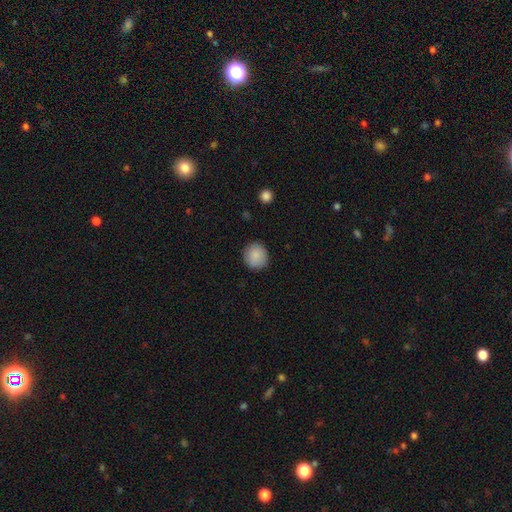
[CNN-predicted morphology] The model was most divided on "smooth or featured": smooth: 89%, star or artifact: 7%, featured or disk: 4%. More confident: how rounded — round (90%); merging — none (90%).